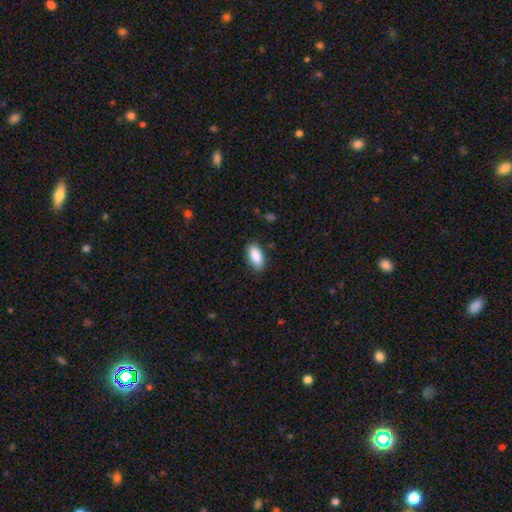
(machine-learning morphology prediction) smooth-or-featured: smooth: 89% | star or artifact: 6% | featured or disk: 4%
  how-rounded: in between: 91% | cigar-shaped: 6% | round: 2%
  merging: none: 85% | minor disturbance: 11% | major disturbance: 2% | merger: 1%